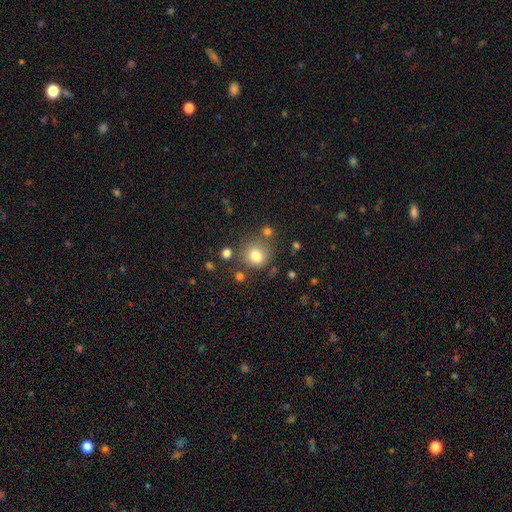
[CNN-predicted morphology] type=smooth (79%); roundness=round (88%); merging=none (75%).